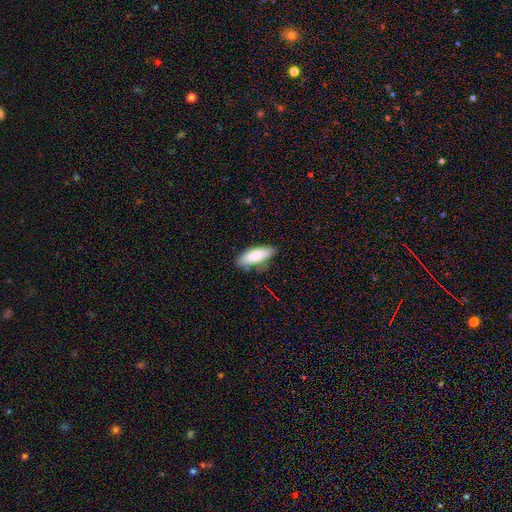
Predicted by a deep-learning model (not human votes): Smooth or featured: smooth — 83% (featured or disk — 11%)
How rounded: in between — 71% (cigar-shaped — 27%)
Merging: none — 81% (minor disturbance — 15%)